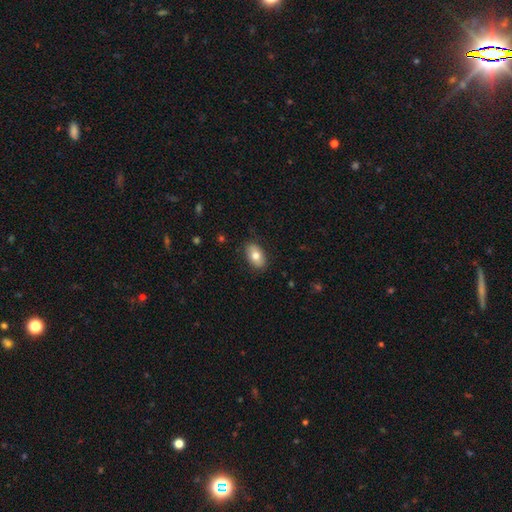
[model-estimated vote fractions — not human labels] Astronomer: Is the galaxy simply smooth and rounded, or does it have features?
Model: smooth — 77%.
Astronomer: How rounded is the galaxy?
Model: in between — 91%.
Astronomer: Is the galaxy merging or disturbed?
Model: none — 86%.